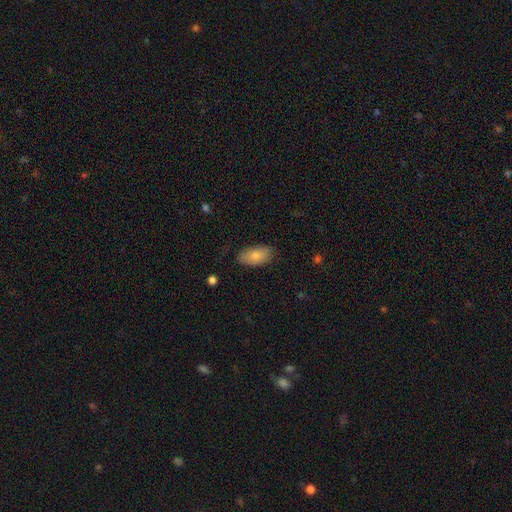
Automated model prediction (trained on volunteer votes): Smooth or featured? smooth (82%)
How rounded? in between (93%)
Merging? none (80%)